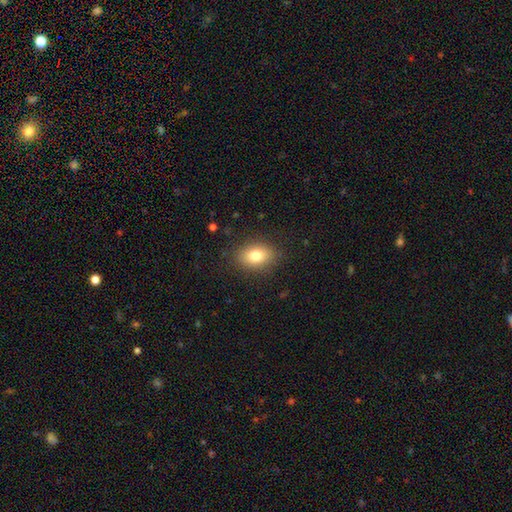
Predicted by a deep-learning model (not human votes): Overall: smooth (79%). How rounded: in between (77%). Merging: none (86%).